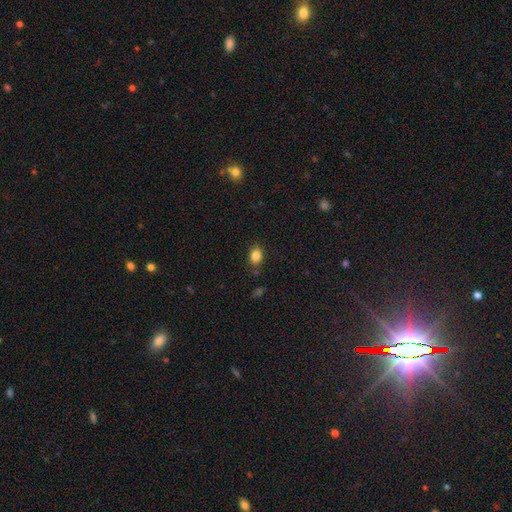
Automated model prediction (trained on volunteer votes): Smooth or featured?
  - smooth: 84% *
  - star or artifact: 10%
  - featured or disk: 5%
How rounded?
  - in between: 66% *
  - round: 33%
  - cigar-shaped: 1%
Merging?
  - none: 82% *
  - minor disturbance: 11%
  - merger: 3%
  - major disturbance: 3%